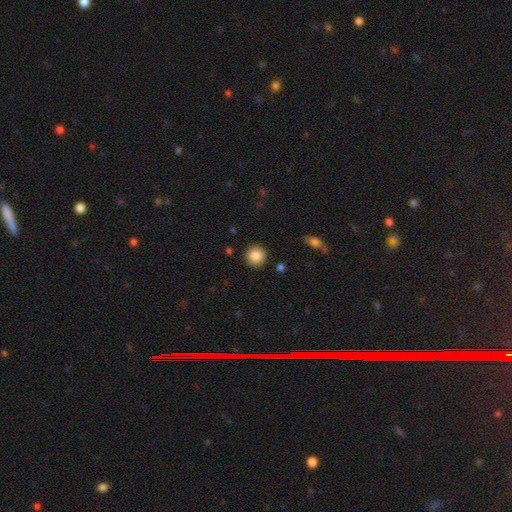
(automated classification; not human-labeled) smooth 86%, star or artifact 9%, featured or disk 6%. Down the decision tree: how rounded — round (94%); merging — none (90%).